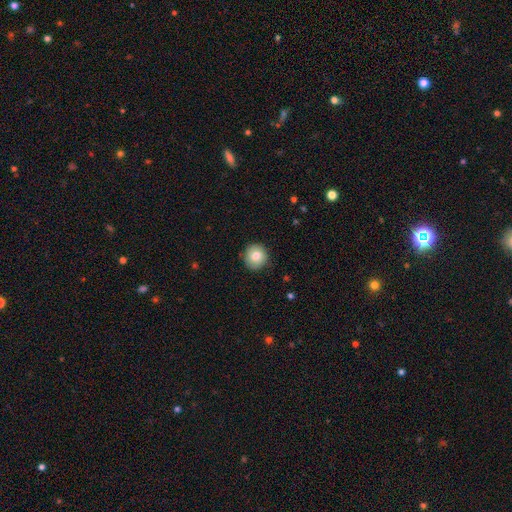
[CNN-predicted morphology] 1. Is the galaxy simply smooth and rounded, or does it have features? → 78% smooth, 14% featured or disk, 8% star or artifact.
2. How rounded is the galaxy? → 90% round, 9% in between, 1% cigar-shaped.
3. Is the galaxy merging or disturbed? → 86% none, 11% minor disturbance, 2% major disturbance, 1% merger.